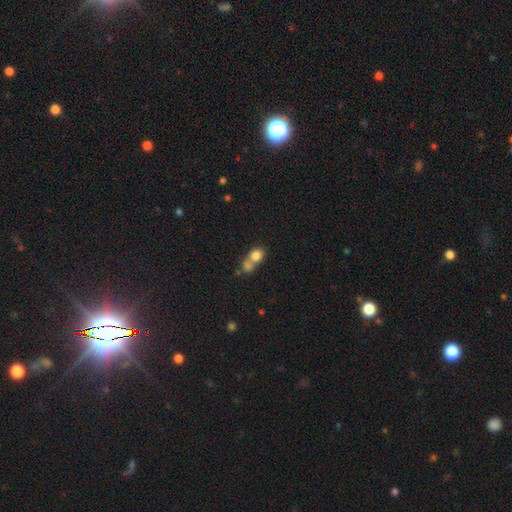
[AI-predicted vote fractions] Smooth or featured? smooth (77%)
How rounded? round (63%)
Merging? merger (64%)